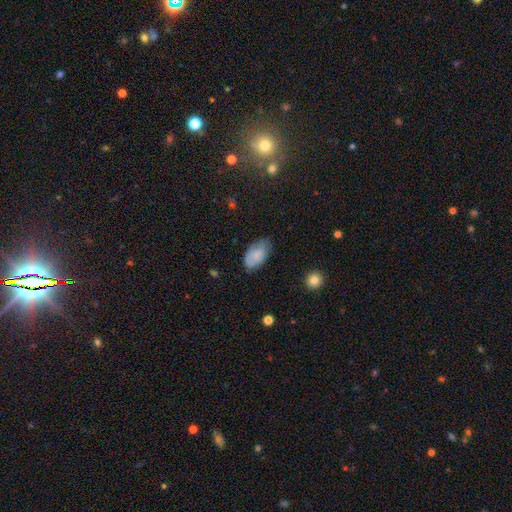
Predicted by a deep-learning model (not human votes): Smooth or featured? smooth (71%)
How rounded? in between (94%)
Merging? none (60%)